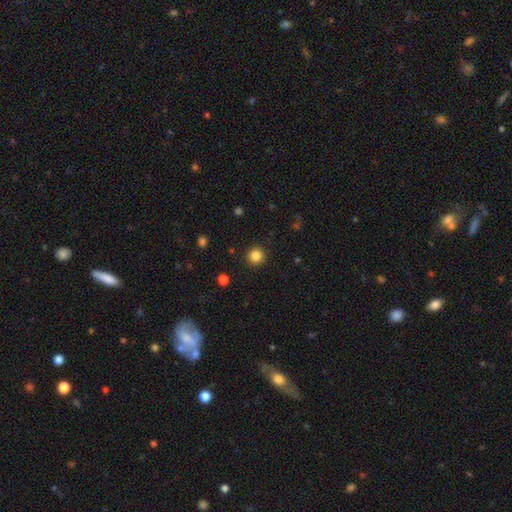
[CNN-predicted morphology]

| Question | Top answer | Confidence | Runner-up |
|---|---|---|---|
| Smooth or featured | smooth | 85% | star or artifact (11%) |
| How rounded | round | 94% | in between (5%) |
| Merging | none | 92% | minor disturbance (5%) |